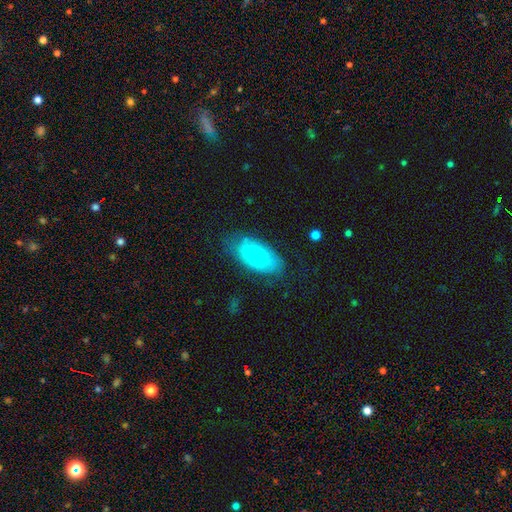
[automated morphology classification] The model was most divided on "smooth or featured": smooth: 59%, featured or disk: 35%, star or artifact: 7%. More confident: how rounded — in between (93%); merging — none (66%).